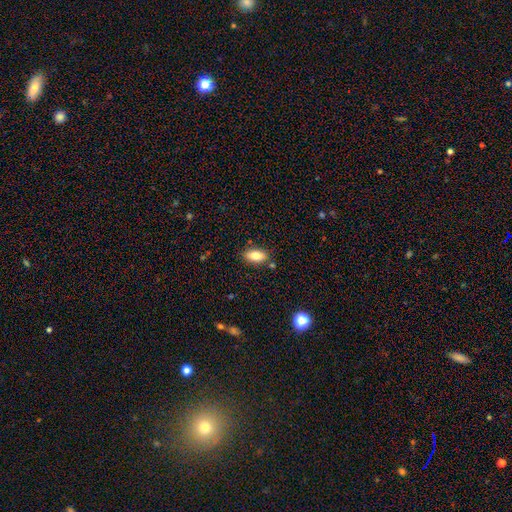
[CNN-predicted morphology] smooth-or-featured: smooth: 81% | featured or disk: 11% | star or artifact: 8%
  how-rounded: in between: 89% | cigar-shaped: 7% | round: 4%
  merging: none: 82% | minor disturbance: 11% | merger: 4% | major disturbance: 2%